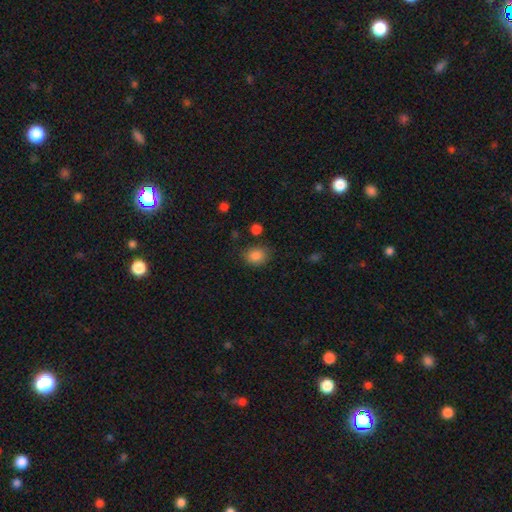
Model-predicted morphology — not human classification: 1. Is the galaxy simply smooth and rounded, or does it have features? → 86% smooth, 10% star or artifact, 4% featured or disk.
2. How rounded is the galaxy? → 56% round, 43% in between, 1% cigar-shaped.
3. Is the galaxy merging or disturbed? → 80% none, 13% minor disturbance, 4% major disturbance, 3% merger.